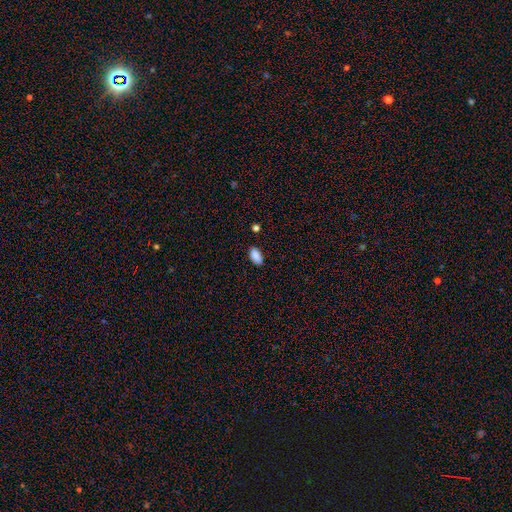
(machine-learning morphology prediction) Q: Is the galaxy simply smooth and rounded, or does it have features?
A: smooth — 88%.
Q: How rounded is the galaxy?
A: in between — 93%.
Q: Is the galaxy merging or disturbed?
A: none — 82%.